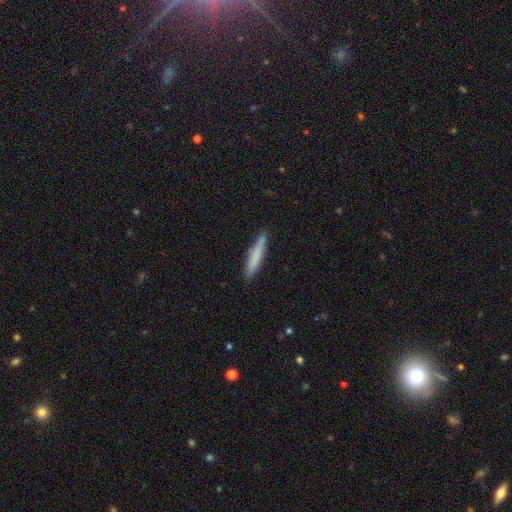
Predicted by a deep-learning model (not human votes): Morphology: type=smooth (74%); roundness=cigar-shaped (93%); merging=none (86%).